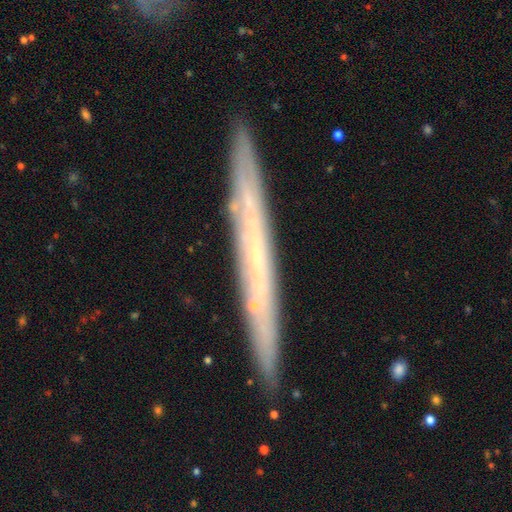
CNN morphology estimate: A featured or disk galaxy (64%) viewed edge-on (89%) with no central bulge (86%). Merging: none (88%).